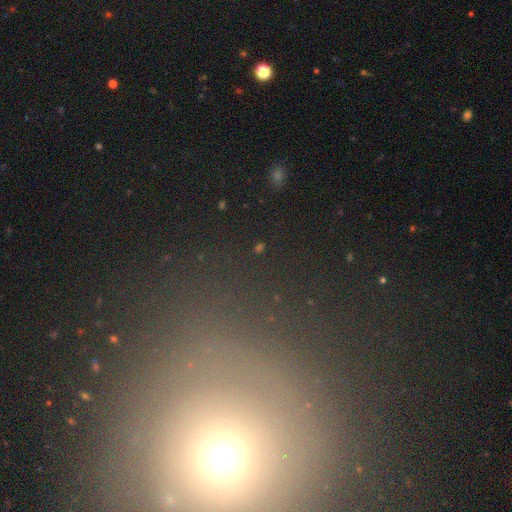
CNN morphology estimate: type=smooth (43%); merging=none (80%).